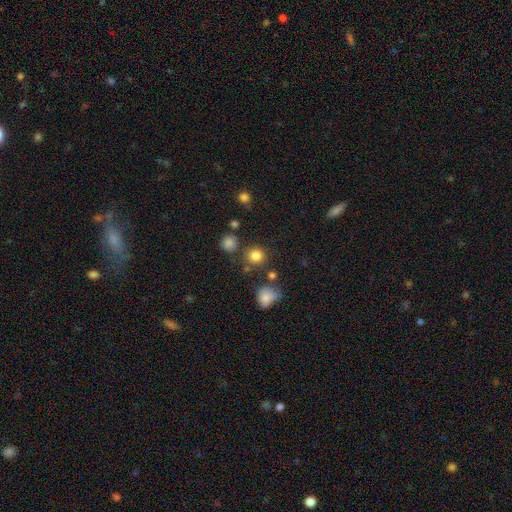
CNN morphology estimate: This is clearly a smooth galaxy (81%). How rounded: clearly round (91%). Merging: clearly none (81%).